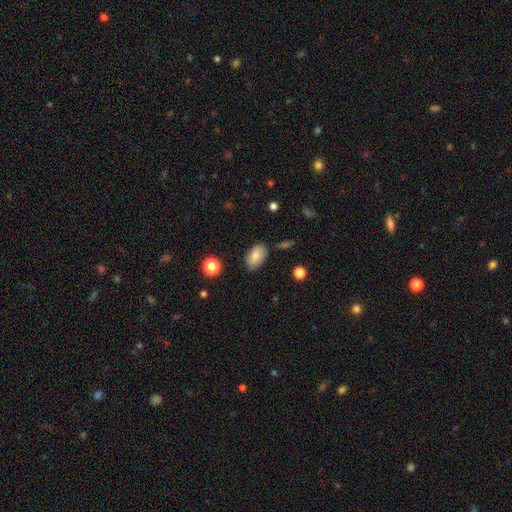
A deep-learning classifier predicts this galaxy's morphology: smooth_or_featured: smooth (p=0.82) [alt: featured or disk p=0.10]
how_rounded: in between (p=0.90) [alt: round p=0.08]
merging: none (p=0.81) [alt: minor disturbance p=0.14]